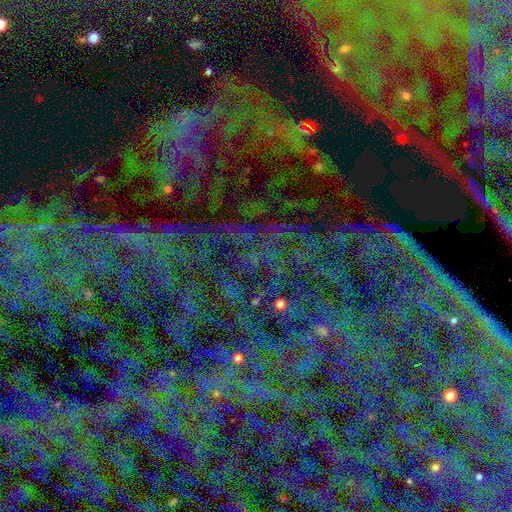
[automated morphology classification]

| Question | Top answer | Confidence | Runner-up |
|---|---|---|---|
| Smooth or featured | star or artifact | 79% | smooth (11%) |